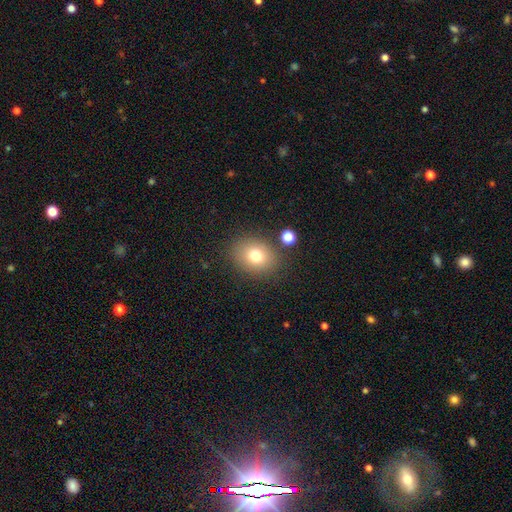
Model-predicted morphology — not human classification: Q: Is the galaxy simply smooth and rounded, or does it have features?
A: smooth — 76%.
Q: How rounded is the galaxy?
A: round — 53%.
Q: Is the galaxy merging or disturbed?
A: none — 82%.